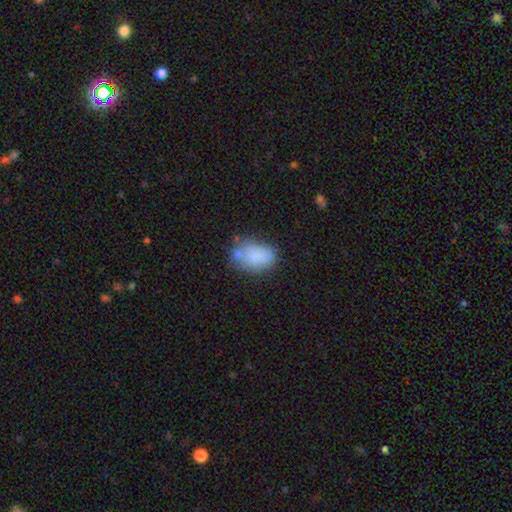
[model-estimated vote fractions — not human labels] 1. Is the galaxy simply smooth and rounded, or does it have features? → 80% smooth, 11% featured or disk, 9% star or artifact.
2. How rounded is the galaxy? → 82% in between, 16% round, 1% cigar-shaped.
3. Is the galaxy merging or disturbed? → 54% none, 24% minor disturbance, 14% merger, 8% major disturbance.